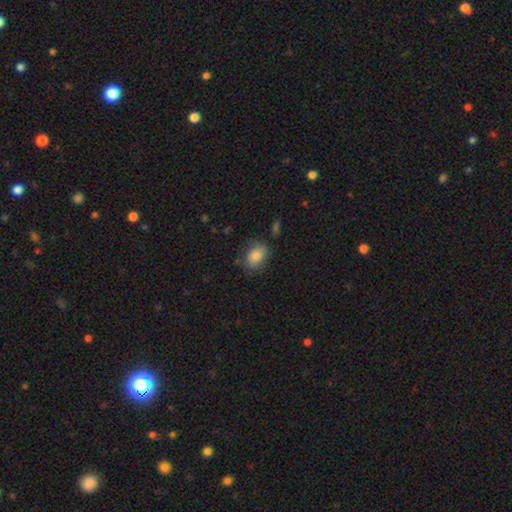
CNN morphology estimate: smooth 85%, star or artifact 8%, featured or disk 8%. Down the decision tree: how rounded — in between (83%); merging — none (74%).